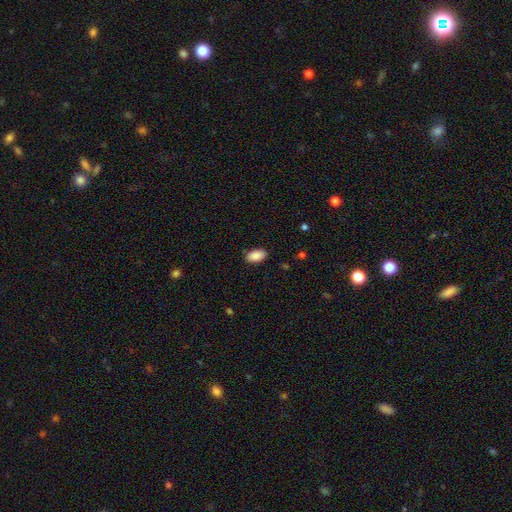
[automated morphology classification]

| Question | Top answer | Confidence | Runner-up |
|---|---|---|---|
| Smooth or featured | smooth | 90% | star or artifact (7%) |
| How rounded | in between | 94% | round (3%) |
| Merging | none | 87% | minor disturbance (10%) |